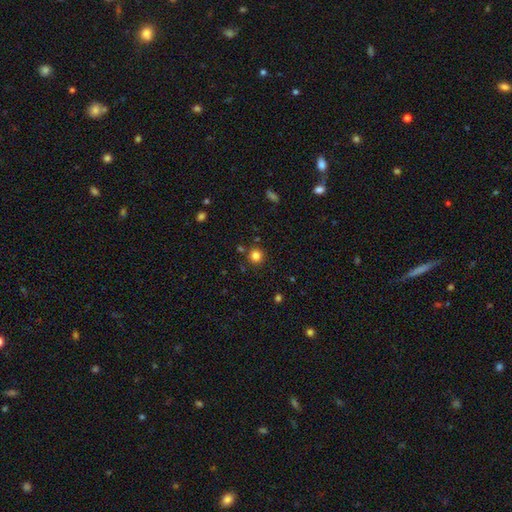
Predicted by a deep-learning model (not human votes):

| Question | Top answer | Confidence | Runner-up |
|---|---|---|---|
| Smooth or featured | smooth | 82% | star or artifact (14%) |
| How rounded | round | 94% | in between (5%) |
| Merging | none | 86% | minor disturbance (7%) |